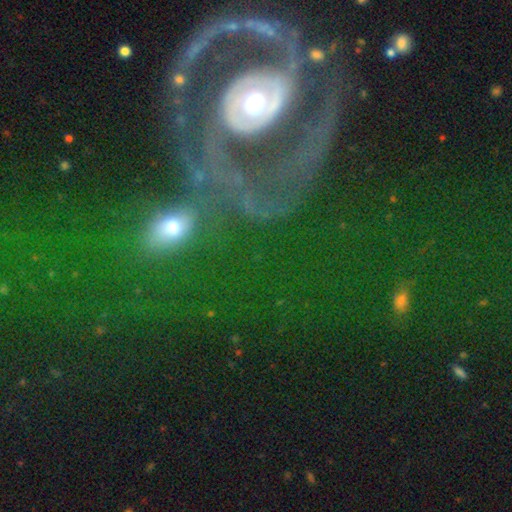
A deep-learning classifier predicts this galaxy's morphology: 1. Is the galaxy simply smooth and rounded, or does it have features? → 51% featured or disk, 26% smooth, 23% star or artifact.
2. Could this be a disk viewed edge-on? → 91% no, 9% yes.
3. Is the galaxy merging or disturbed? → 53% none, 18% major disturbance, 16% minor disturbance, 14% merger.